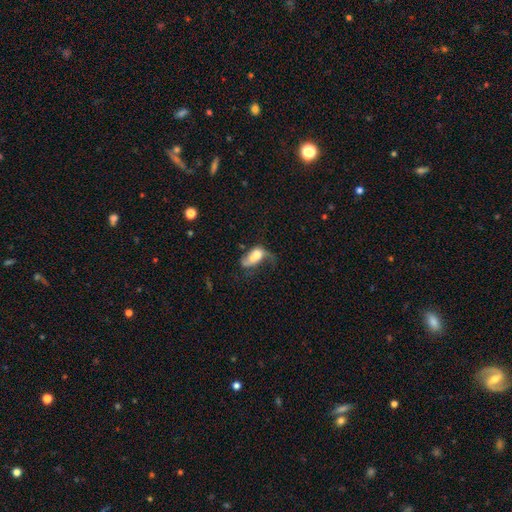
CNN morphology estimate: Overall: featured or disk (47%; smooth 44%). Merging: major disturbance (39%; merger 27%).